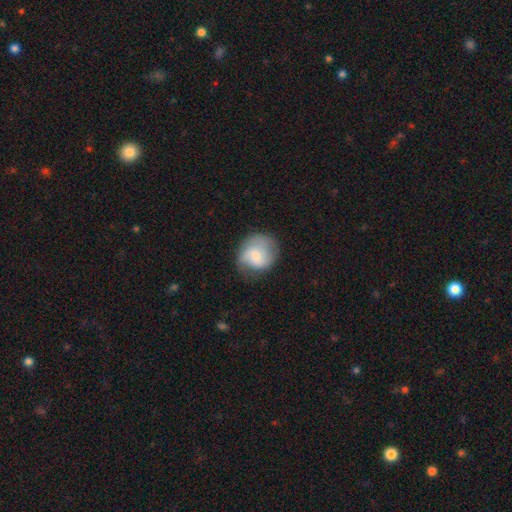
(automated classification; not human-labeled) Q: Smooth or featured?
A: smooth (51%); runner-up: featured or disk (41%)
Q: How rounded?
A: round (73%); runner-up: in between (26%)
Q: Merging?
A: none (61%); runner-up: minor disturbance (26%)